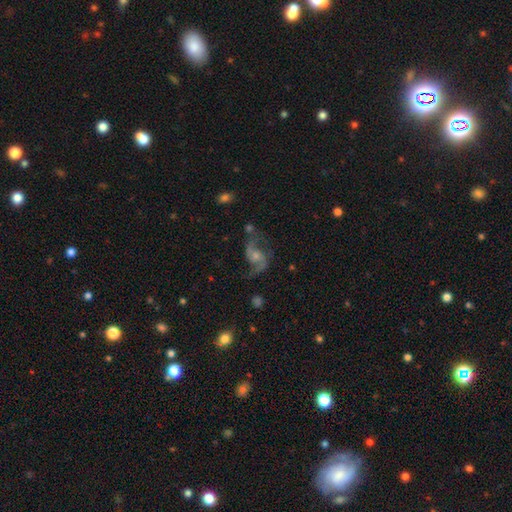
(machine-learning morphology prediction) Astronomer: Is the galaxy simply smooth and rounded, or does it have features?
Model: featured or disk — 84%.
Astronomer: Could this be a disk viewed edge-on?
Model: no — 97%.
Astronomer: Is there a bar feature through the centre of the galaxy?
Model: no — 59%.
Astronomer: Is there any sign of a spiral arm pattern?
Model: yes — 95%.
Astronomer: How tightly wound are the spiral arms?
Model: loose — 61%.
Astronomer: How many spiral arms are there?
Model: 2 — 91%.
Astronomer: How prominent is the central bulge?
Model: small — 49% (runner-up: moderate, 39%).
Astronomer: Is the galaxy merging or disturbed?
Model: none — 62%.